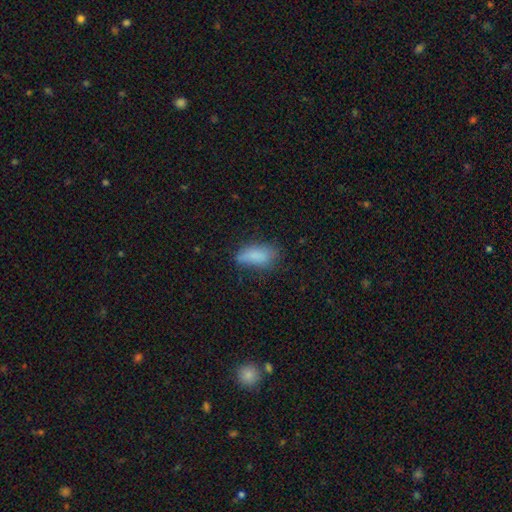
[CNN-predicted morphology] Q: Smooth or featured?
A: smooth (81%); runner-up: featured or disk (10%)
Q: How rounded?
A: in between (78%); runner-up: cigar-shaped (19%)
Q: Merging?
A: none (54%); runner-up: minor disturbance (31%)